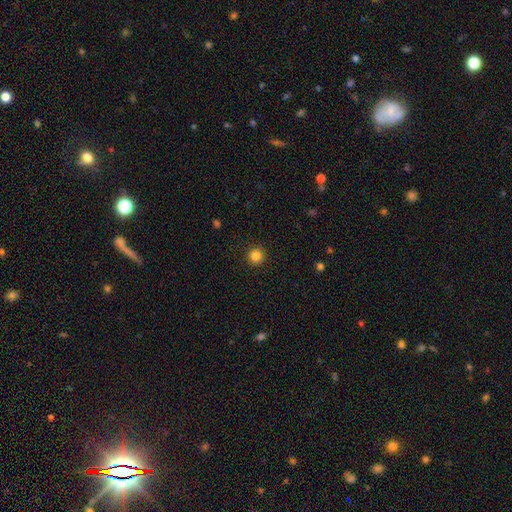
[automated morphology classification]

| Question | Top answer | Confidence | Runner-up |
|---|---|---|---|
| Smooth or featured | smooth | 84% | star or artifact (12%) |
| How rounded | round | 95% | in between (4%) |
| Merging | none | 92% | minor disturbance (5%) |